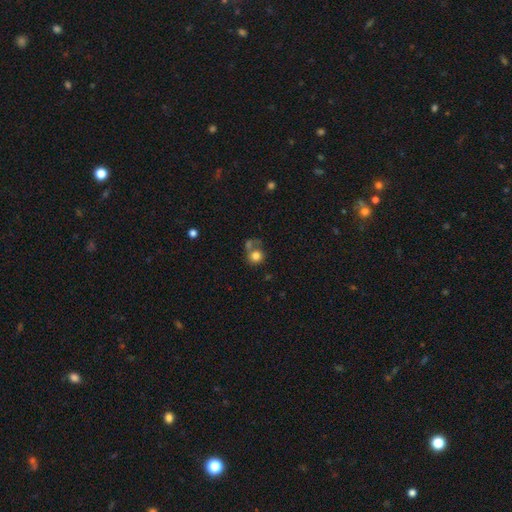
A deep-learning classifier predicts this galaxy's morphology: Smooth or featured?
  - smooth: 79% *
  - featured or disk: 11%
  - star or artifact: 10%
How rounded?
  - round: 84% *
  - in between: 15%
  - cigar-shaped: 1%
Merging?
  - none: 45% *
  - merger: 33%
  - minor disturbance: 13%
  - major disturbance: 9%